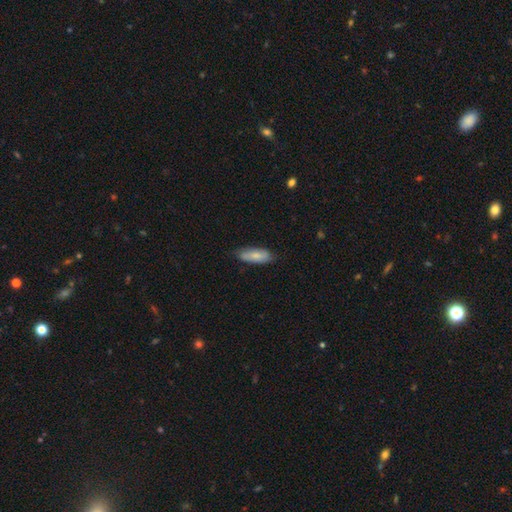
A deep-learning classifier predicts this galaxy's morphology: smooth-or-featured: smooth: 76% | featured or disk: 18% | star or artifact: 6%
  how-rounded: in between: 75% | cigar-shaped: 23% | round: 2%
  merging: none: 75% | minor disturbance: 21% | major disturbance: 3% | merger: 1%